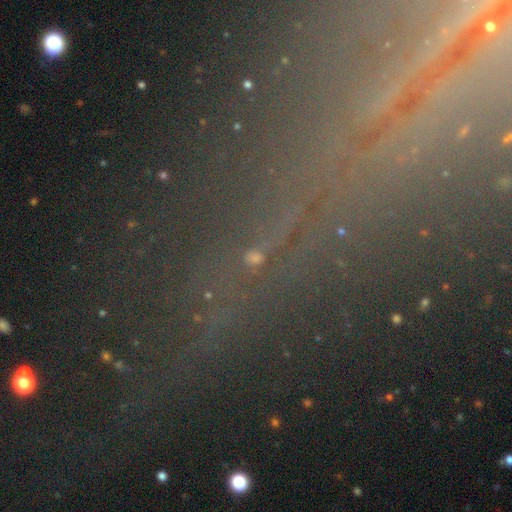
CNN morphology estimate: Smooth or featured? Predicted: star or artifact (p=0.70).